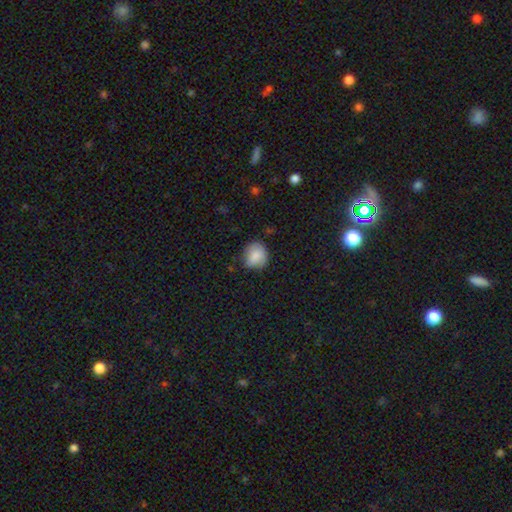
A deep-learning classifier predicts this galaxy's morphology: Overall: smooth (85%). How rounded: round (67%; in between 32%). Merging: none (67%).